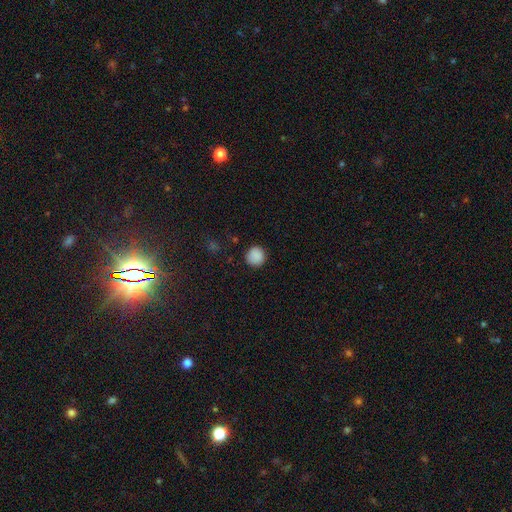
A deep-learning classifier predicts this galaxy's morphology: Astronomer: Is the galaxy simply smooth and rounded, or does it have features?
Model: smooth — 88%.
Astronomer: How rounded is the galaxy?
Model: round — 94%.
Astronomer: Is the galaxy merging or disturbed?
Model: none — 88%.